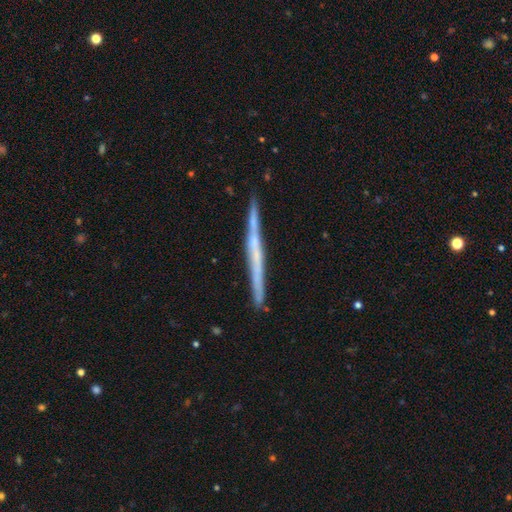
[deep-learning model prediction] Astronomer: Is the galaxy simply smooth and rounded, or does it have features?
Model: featured or disk — 66%.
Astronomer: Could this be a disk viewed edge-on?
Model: yes — 97%.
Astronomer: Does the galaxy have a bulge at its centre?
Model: none — 79%.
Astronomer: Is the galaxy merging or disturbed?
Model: none — 88%.